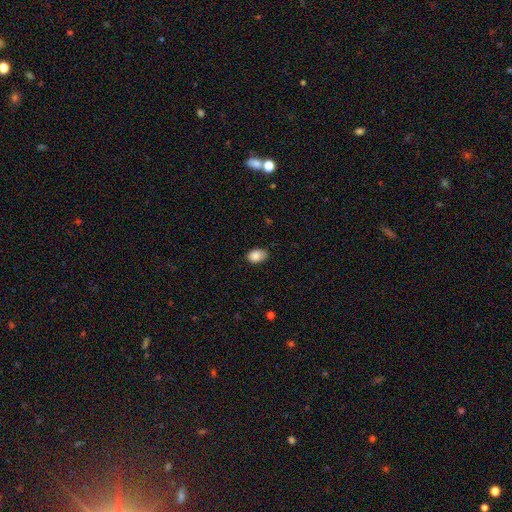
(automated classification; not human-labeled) This appears to be a smooth galaxy with no disk features (87%) that is in between round and cigar-shaped (85%). Merging: none (72%).